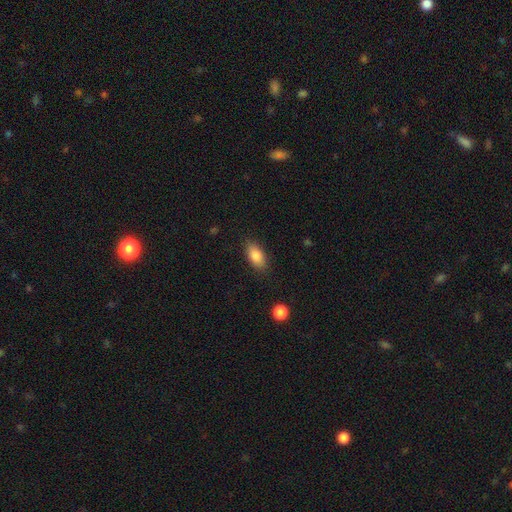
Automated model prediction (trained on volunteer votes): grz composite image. It shows a smooth galaxy with no disk features (84%) that is in between round and cigar-shaped (89%). Merging: none (85%).